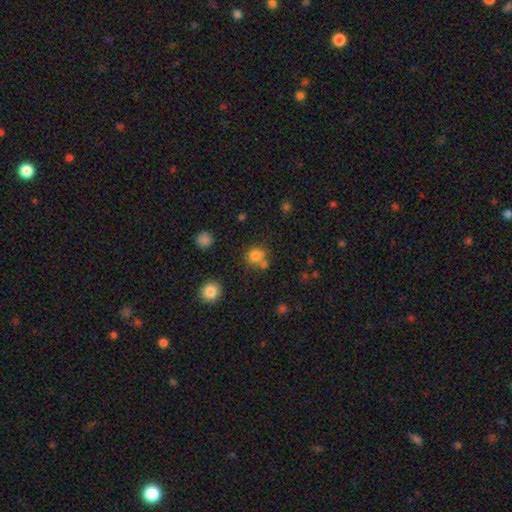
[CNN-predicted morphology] A smooth galaxy with no disk features (78%) that is round (80%).

Vote fractions:
- Smooth or featured? smooth: 78% / star or artifact: 14% / featured or disk: 8%
- How rounded? round: 80% / in between: 19% / cigar-shaped: 1%
- Merging? none: 58% / merger: 25% / minor disturbance: 12% / major disturbance: 5%